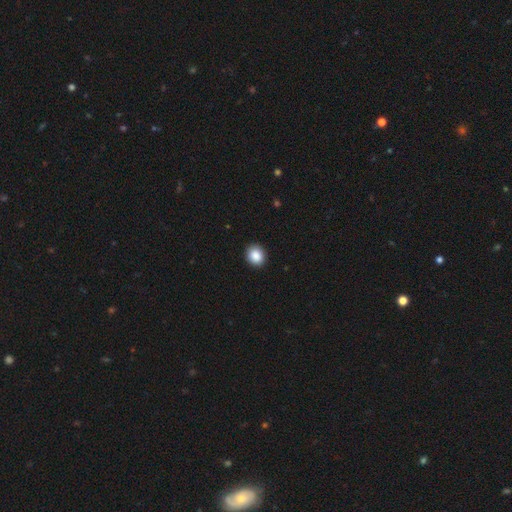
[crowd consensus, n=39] smooth_or_featured: smooth (p=0.90) [alt: star or artifact p=0.08]
how_rounded: round (p=0.57) [alt: in between p=0.40]
merging: none (p=0.86) [alt: minor disturbance p=0.08]